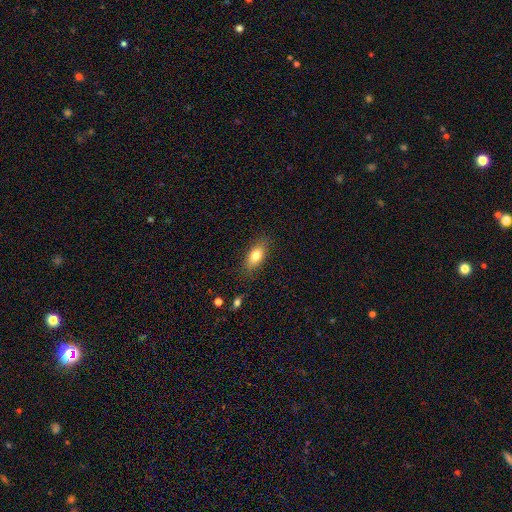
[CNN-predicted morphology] This is likely a smooth galaxy (76%). How rounded: clearly in between (82%). Merging: clearly none (83%).